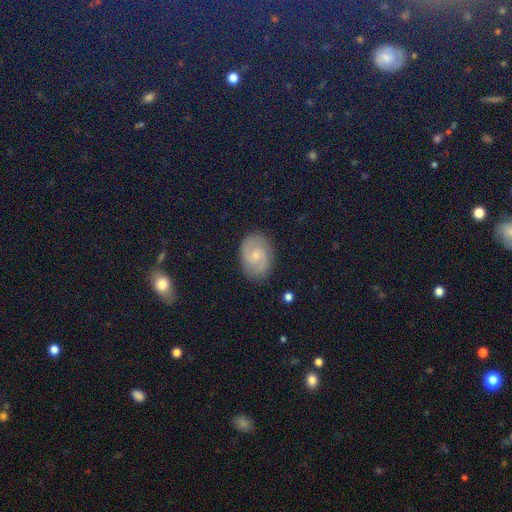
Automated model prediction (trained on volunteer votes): Smooth or featured: featured or disk — 71% (smooth — 19%)
Edge-on disk: no — 98% (yes — 2%)
Bar: no — 54% (weak — 40%)
Spiral arms: yes — 93% (no — 7%)
Spiral winding: medium — 50% (tight — 37%)
Spiral arm count: 2 — 90% (can't tell — 5%)
Bulge size: small — 54% (moderate — 39%)
Merging: none — 86% (minor disturbance — 10%)